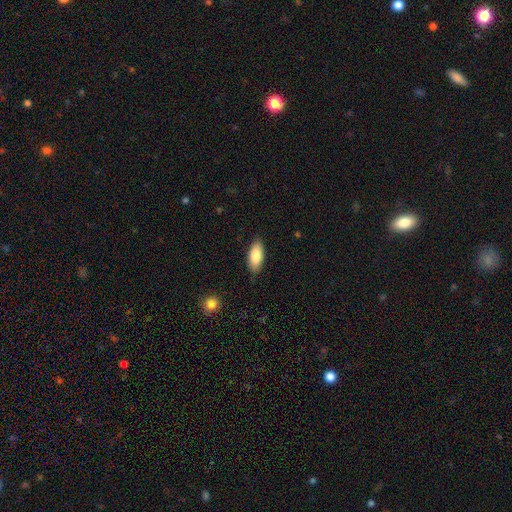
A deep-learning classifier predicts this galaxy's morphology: This appears to be a smooth galaxy with no disk features (85%) that is in between round and cigar-shaped (88%). Merging: none (85%).